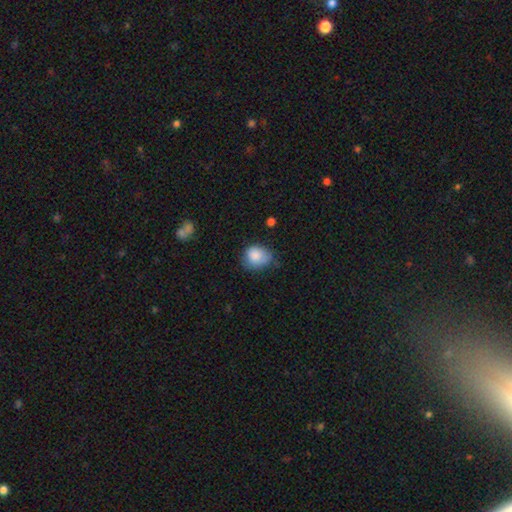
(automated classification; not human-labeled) The model was most divided on "merging": none: 51%, minor disturbance: 38%, major disturbance: 9%, merger: 3%. More confident: smooth or featured — smooth (85%); how rounded — round (63%).